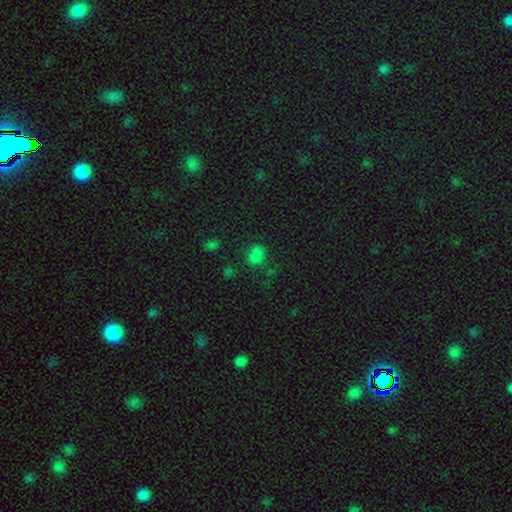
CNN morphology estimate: This appears to be a smooth galaxy with no disk features (68%) that is in between round and cigar-shaped (63%). Merging: none (66%).